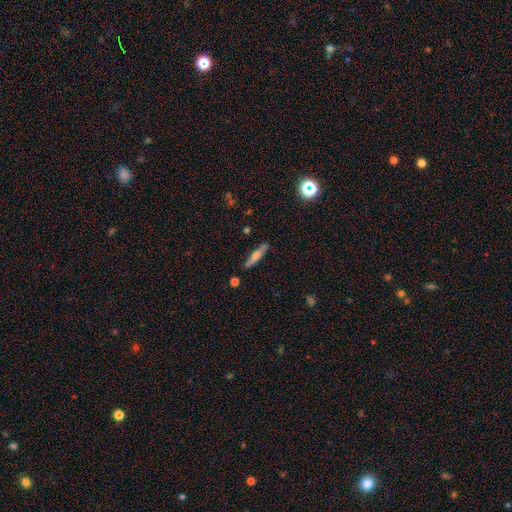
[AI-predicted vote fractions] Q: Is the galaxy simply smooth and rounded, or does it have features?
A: featured or disk — 51%.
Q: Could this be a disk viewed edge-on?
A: yes — 93%.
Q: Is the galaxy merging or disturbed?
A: none — 87%.